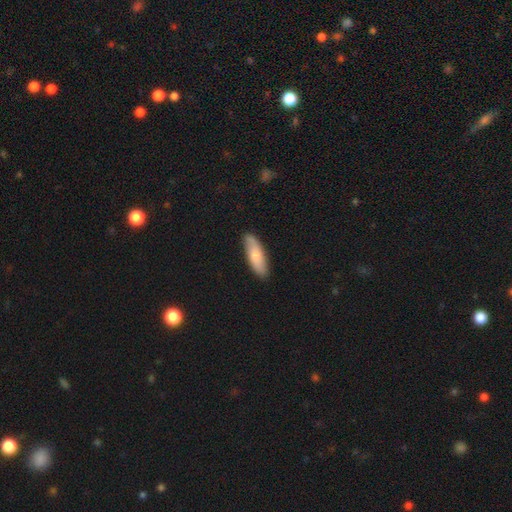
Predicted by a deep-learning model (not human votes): The model was most divided on "how rounded": in between: 53%, cigar-shaped: 45%, round: 2%. More confident: merging — none (85%); smooth or featured — smooth (72%).